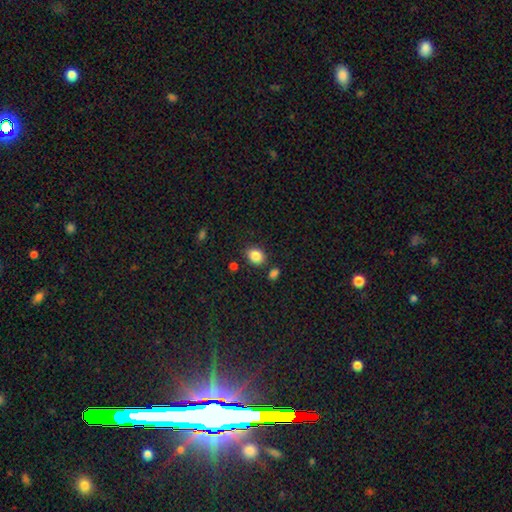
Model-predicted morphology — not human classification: A smooth galaxy with no disk features (86%) that is in between round and cigar-shaped (52%).

Vote fractions:
- Smooth or featured? smooth: 86% / star or artifact: 9% / featured or disk: 5%
- How rounded? in between: 52% / round: 47% / cigar-shaped: 1%
- Merging? none: 80% / minor disturbance: 11% / merger: 6% / major disturbance: 3%